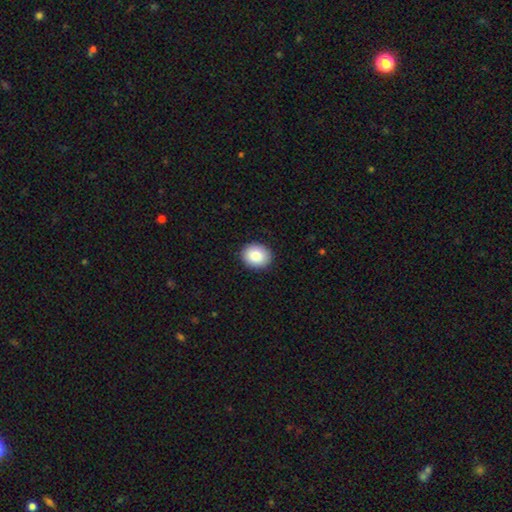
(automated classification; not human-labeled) Q: Smooth or featured?
A: smooth (83%); runner-up: featured or disk (9%)
Q: How rounded?
A: round (62%); runner-up: in between (37%)
Q: Merging?
A: none (91%); runner-up: minor disturbance (7%)